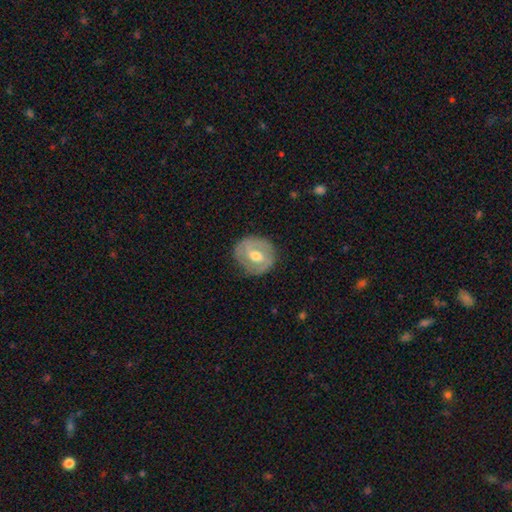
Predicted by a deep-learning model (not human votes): Smooth or featured? Predicted: featured or disk (p=0.60). Edge-on disk? Predicted: no (p=0.95). Bar? Predicted: weak (p=0.48). Spiral arms? Predicted: yes (p=0.54). Bulge size? Predicted: moderate (p=0.77). Merging? Predicted: none (p=0.82).